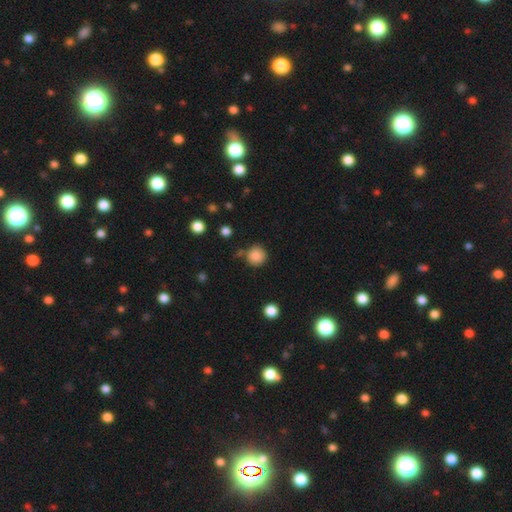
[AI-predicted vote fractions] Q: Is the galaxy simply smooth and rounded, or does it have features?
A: smooth — 86%.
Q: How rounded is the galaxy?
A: round — 92%.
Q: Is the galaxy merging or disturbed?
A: none — 77%.